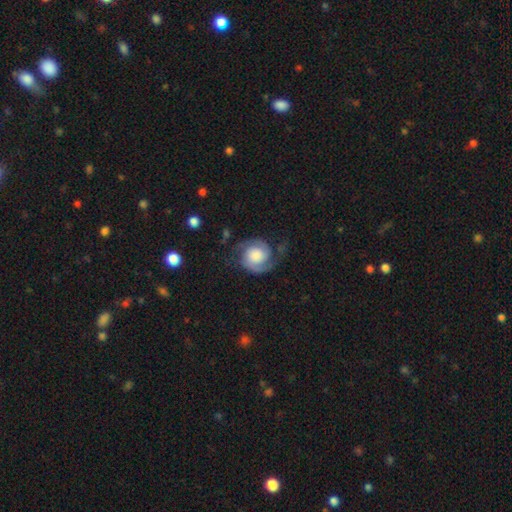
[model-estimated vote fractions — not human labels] A featured or disk galaxy (81%) with no bar (73%), 2 (91%) medium (44%) spiral arms (97%) and a large central bulge (44%). Merging: none (67%).